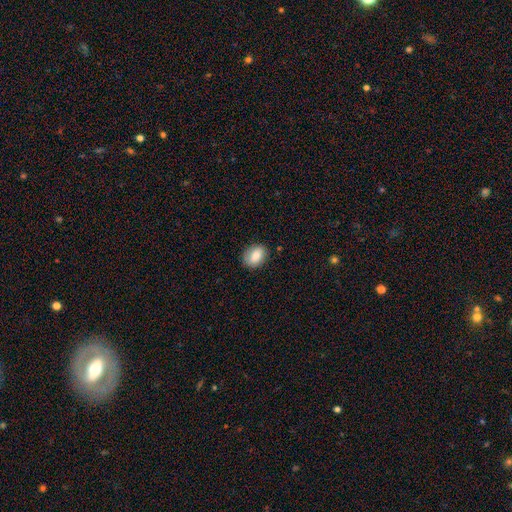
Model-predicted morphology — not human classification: type=smooth (82%); roundness=in between (71%); merging=none (84%).